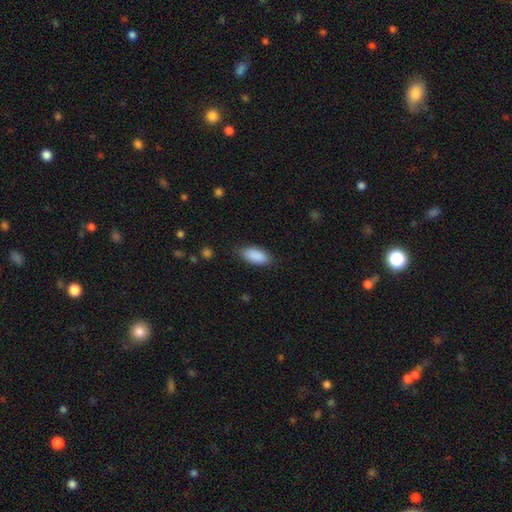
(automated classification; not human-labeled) Q: Smooth or featured?
A: smooth (90%); runner-up: star or artifact (6%)
Q: How rounded?
A: in between (88%); runner-up: cigar-shaped (10%)
Q: Merging?
A: none (82%); runner-up: minor disturbance (14%)